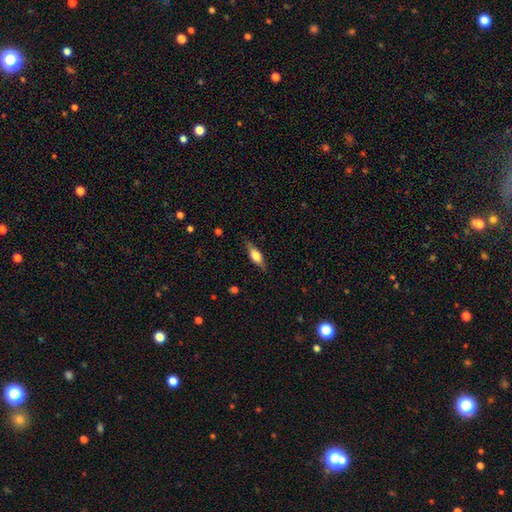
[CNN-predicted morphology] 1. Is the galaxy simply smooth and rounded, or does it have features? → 49% smooth, 44% featured or disk, 7% star or artifact.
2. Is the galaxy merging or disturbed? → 83% none, 13% minor disturbance, 3% major disturbance, 1% merger.